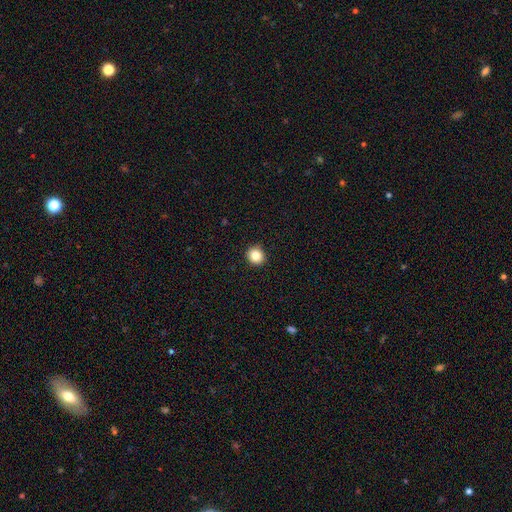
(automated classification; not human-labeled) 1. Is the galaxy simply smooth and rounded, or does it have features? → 84% smooth, 10% star or artifact, 5% featured or disk.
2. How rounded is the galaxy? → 87% round, 12% in between, 1% cigar-shaped.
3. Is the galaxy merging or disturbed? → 92% none, 5% minor disturbance, 2% major disturbance, 1% merger.